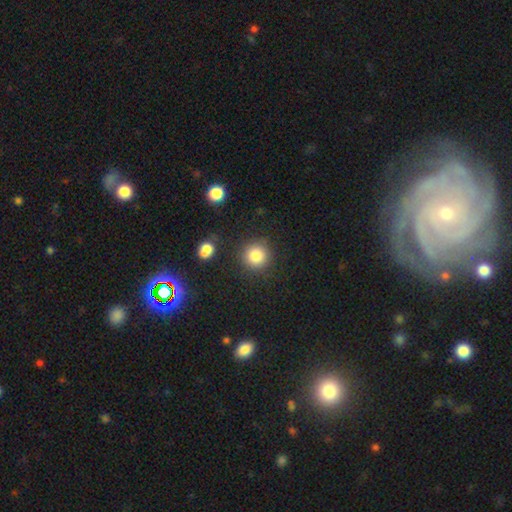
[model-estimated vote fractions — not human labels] This is clearly a smooth galaxy (83%). How rounded: clearly round (94%). Merging: clearly none (87%).